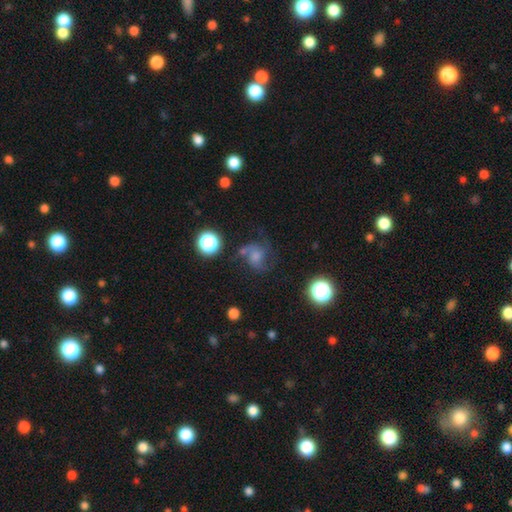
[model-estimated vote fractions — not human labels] This appears to be a featured or disk galaxy (57%) with no bar (69%), spiral arms (90%) and a moderate central bulge (39%). Merging: none (55%).